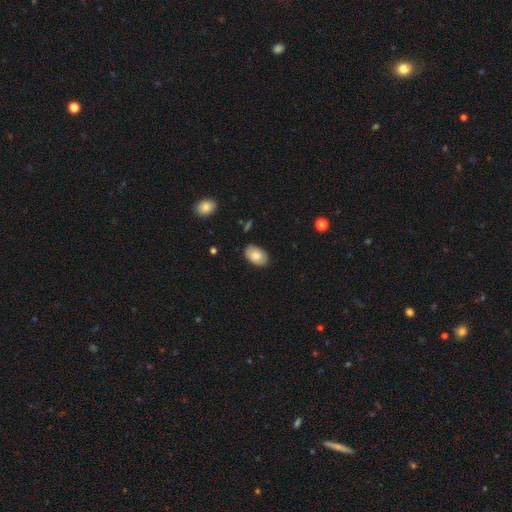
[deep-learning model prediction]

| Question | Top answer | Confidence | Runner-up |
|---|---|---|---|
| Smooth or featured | smooth | 85% | featured or disk (9%) |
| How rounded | in between | 91% | round (8%) |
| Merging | none | 83% | minor disturbance (13%) |